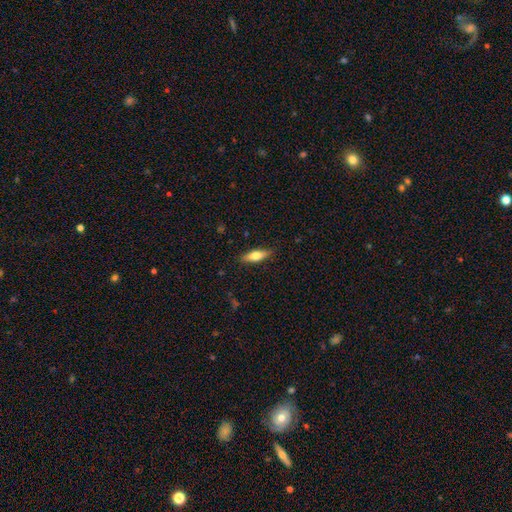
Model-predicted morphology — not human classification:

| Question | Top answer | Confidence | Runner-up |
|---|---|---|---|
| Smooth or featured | smooth | 68% | featured or disk (26%) |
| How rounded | in between | 53% | cigar-shaped (45%) |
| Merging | none | 87% | minor disturbance (10%) |